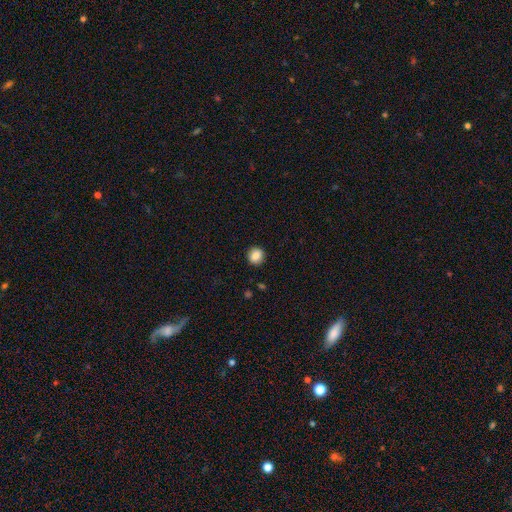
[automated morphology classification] Smooth or featured?
  - smooth: 86% *
  - star or artifact: 9%
  - featured or disk: 5%
How rounded?
  - round: 89% *
  - in between: 10%
  - cigar-shaped: 1%
Merging?
  - none: 91% *
  - minor disturbance: 6%
  - major disturbance: 2%
  - merger: 1%